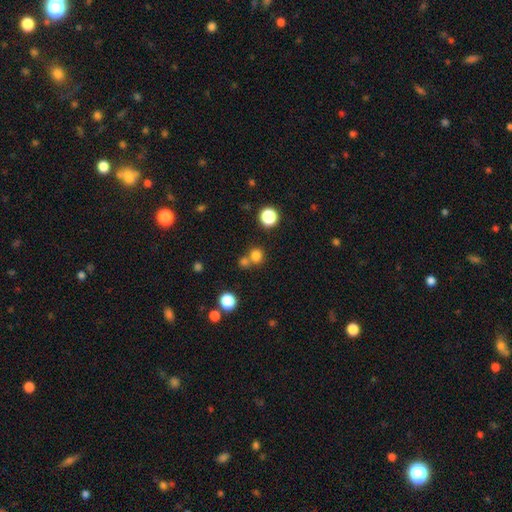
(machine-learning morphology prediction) The model was most divided on "merging": none: 58%, merger: 33%, minor disturbance: 7%, major disturbance: 3%. More confident: how rounded — round (84%); smooth or featured — smooth (77%).